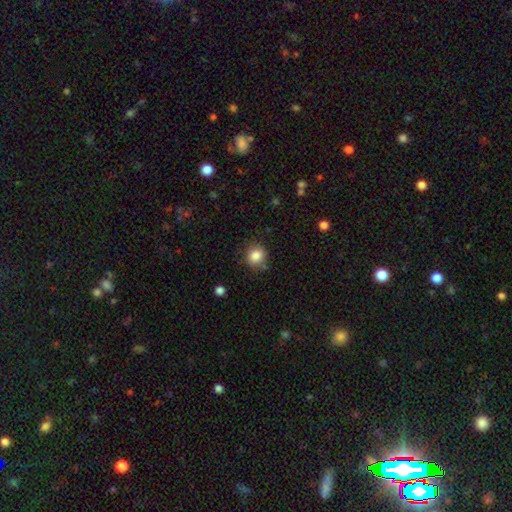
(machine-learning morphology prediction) Overall: smooth (85%). How rounded: round (80%). Merging: none (80%).